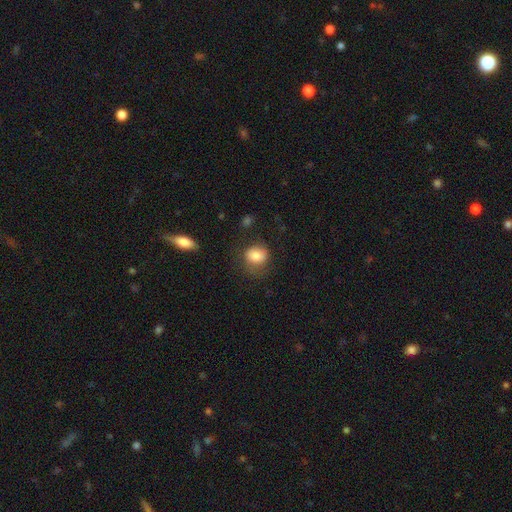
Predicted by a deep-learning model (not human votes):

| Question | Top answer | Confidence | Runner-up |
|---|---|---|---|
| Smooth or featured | smooth | 79% | featured or disk (12%) |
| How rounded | round | 61% | in between (38%) |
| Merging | none | 60% | minor disturbance (25%) |